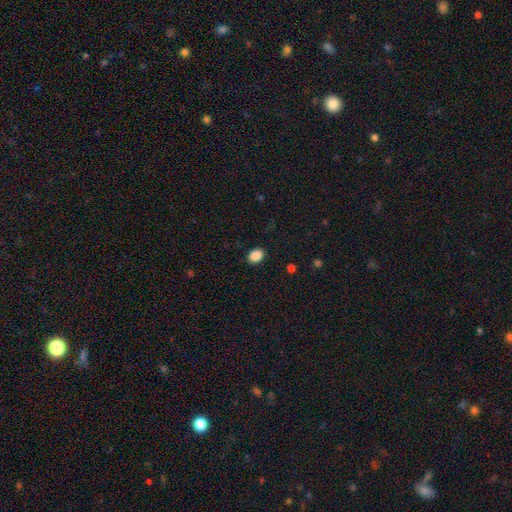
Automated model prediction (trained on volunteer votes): smooth_or_featured: smooth (p=0.88) [alt: star or artifact p=0.09]
how_rounded: in between (p=0.63) [alt: round p=0.36]
merging: none (p=0.89) [alt: minor disturbance p=0.08]